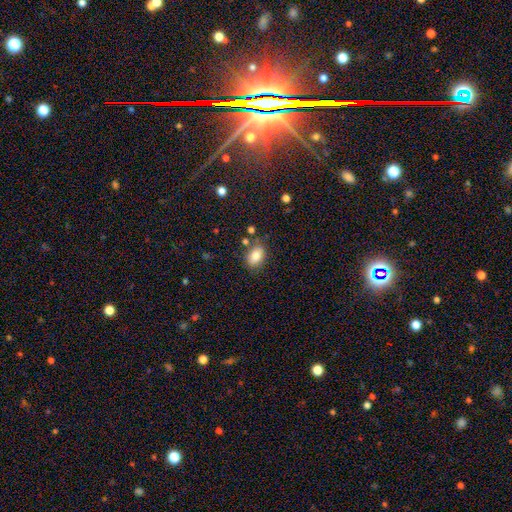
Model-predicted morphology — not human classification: type=smooth (82%); roundness=in between (82%); merging=none (76%).